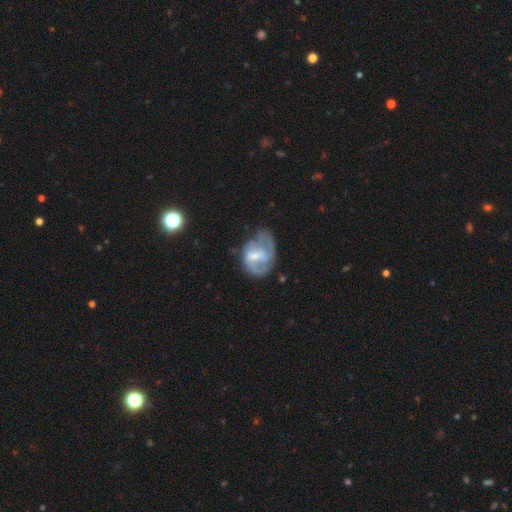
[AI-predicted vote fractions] This appears to be a featured or disk galaxy (59%) with a weak bar (50%), spiral arms (57%) and a small central bulge (40%). Merging: none (36%).